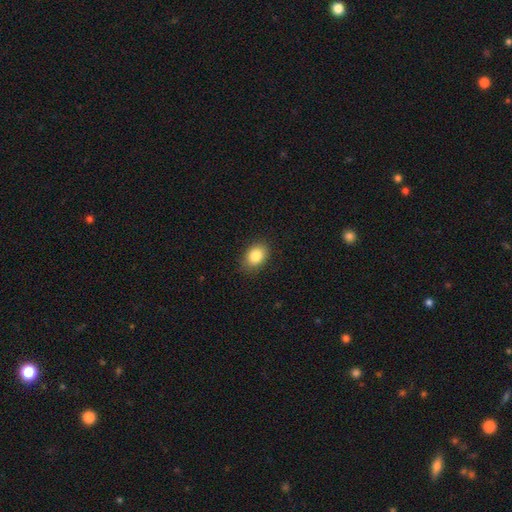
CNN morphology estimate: Smooth or featured? smooth (84%)
How rounded? in between (75%)
Merging? none (86%)